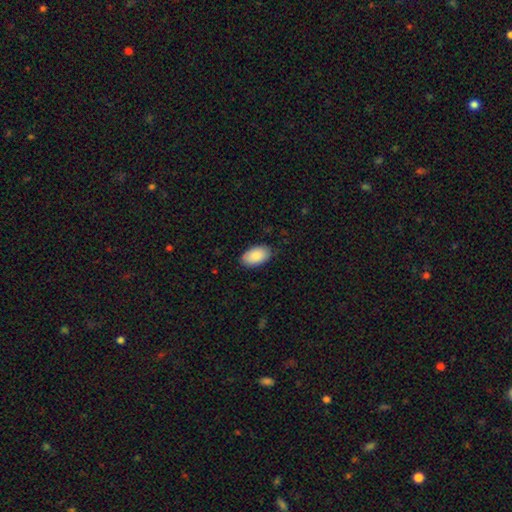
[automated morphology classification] A smooth galaxy with no disk features (87%) that is in between round and cigar-shaped (95%). Merging: none (83%).